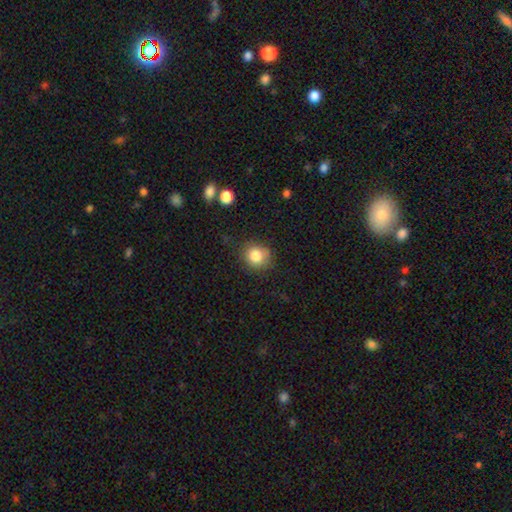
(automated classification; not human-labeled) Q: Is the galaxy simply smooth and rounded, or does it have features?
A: smooth — 83%.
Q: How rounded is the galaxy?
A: round — 82%.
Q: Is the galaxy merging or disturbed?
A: none — 78%.